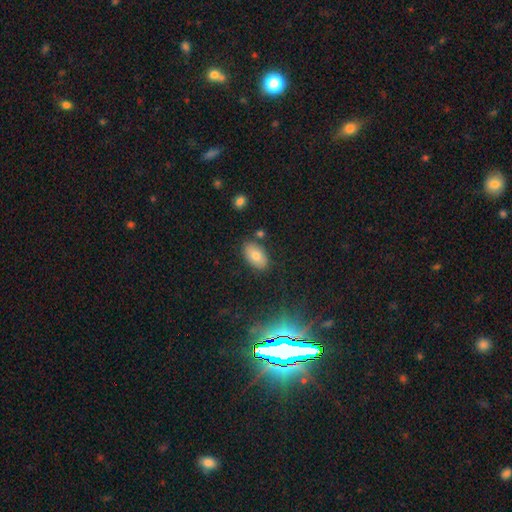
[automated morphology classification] A smooth galaxy with no disk features (78%) that is in between round and cigar-shaped (92%). Merging: none (82%).